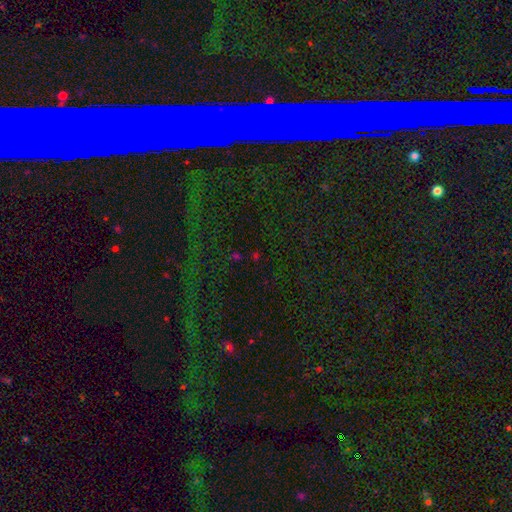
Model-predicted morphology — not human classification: type=star or artifact (64%).